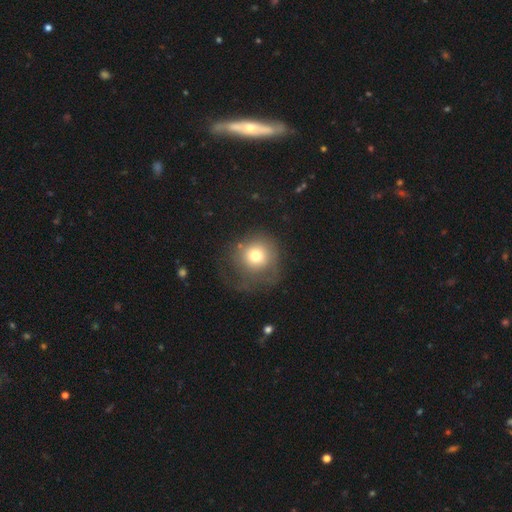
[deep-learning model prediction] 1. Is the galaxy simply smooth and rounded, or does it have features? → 70% smooth, 19% featured or disk, 11% star or artifact.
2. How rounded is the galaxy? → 90% round, 9% in between, 1% cigar-shaped.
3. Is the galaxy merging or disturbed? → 53% none, 23% major disturbance, 22% minor disturbance, 3% merger.